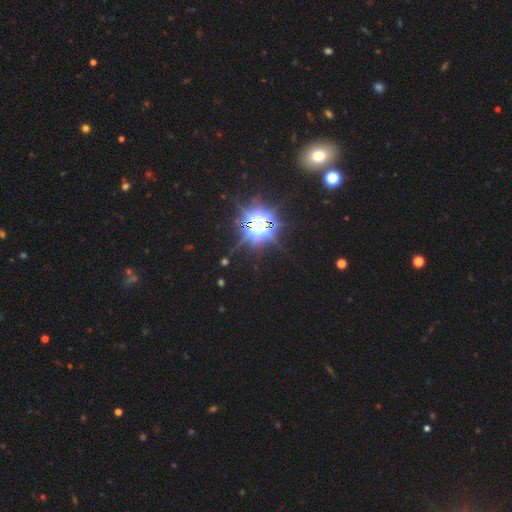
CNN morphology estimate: Smooth or featured? star or artifact (83%)